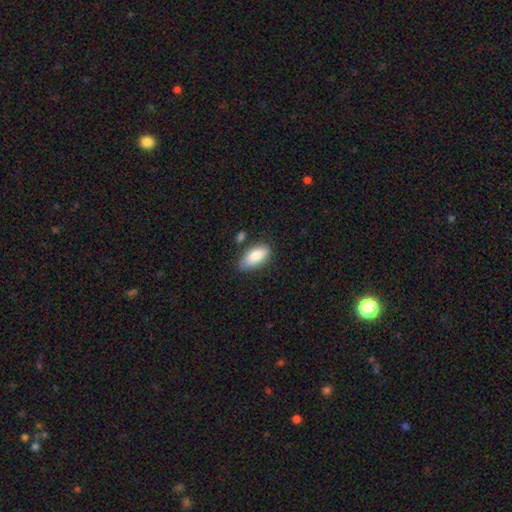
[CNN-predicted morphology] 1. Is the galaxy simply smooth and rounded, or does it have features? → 84% smooth, 10% featured or disk, 6% star or artifact.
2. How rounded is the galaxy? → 89% in between, 9% cigar-shaped, 3% round.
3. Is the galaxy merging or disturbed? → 70% none, 21% minor disturbance, 6% merger, 4% major disturbance.